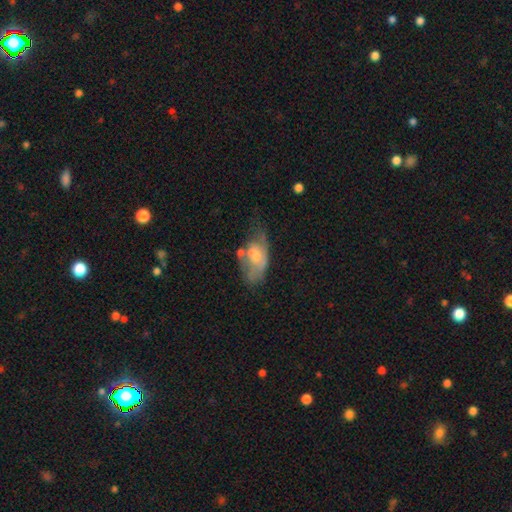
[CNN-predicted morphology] A featured or disk galaxy (52%). Merging: none (30%).